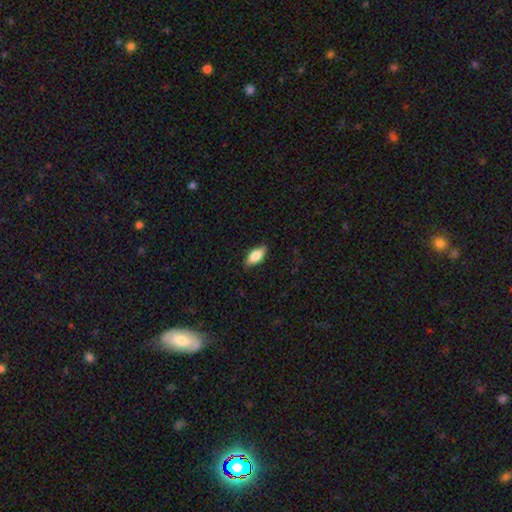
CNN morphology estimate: Q: Smooth or featured?
A: smooth (68%); runner-up: featured or disk (25%)
Q: How rounded?
A: in between (80%); runner-up: cigar-shaped (16%)
Q: Merging?
A: none (83%); runner-up: minor disturbance (14%)